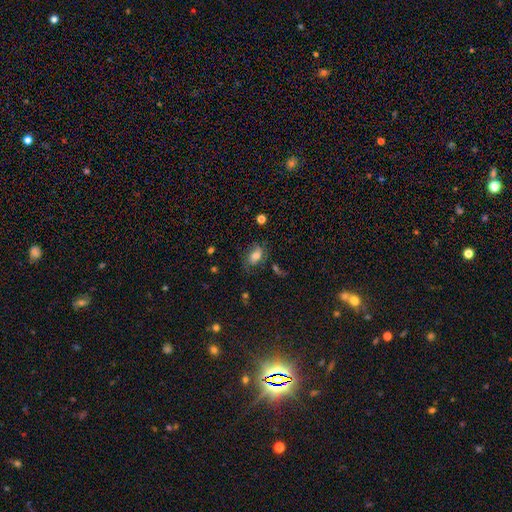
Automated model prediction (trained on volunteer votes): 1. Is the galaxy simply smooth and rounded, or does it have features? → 57% smooth, 30% featured or disk, 13% star or artifact.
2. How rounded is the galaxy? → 80% in between, 17% round, 2% cigar-shaped.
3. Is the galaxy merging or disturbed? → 61% none, 23% minor disturbance, 12% major disturbance, 4% merger.